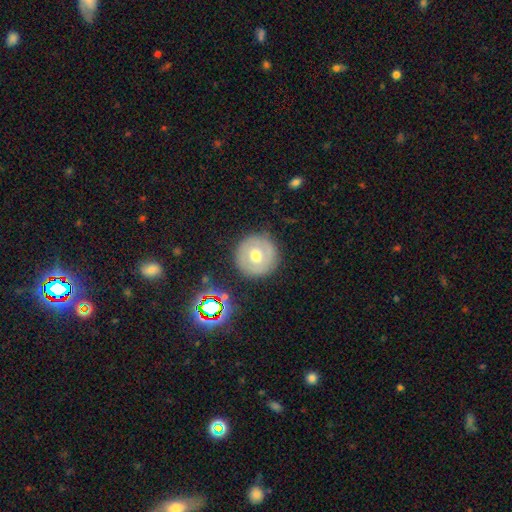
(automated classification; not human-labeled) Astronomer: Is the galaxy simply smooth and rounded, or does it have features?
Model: smooth — 52% (runner-up: featured or disk, 38%).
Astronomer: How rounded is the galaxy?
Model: round — 95%.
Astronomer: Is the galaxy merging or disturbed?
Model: none — 86%.